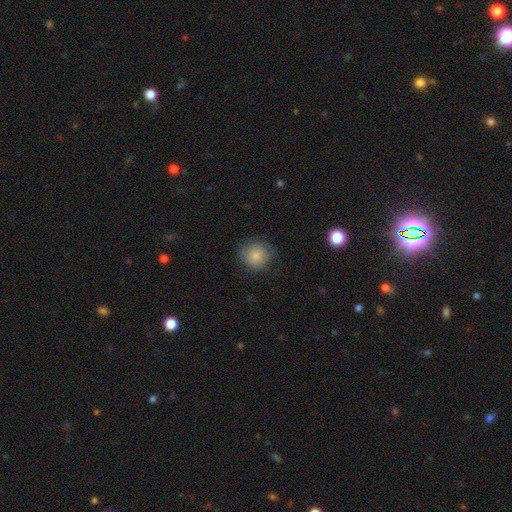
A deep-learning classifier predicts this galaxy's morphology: Smooth or featured? Predicted: smooth (p=0.84). How rounded? Predicted: round (p=0.90). Merging? Predicted: none (p=0.78).